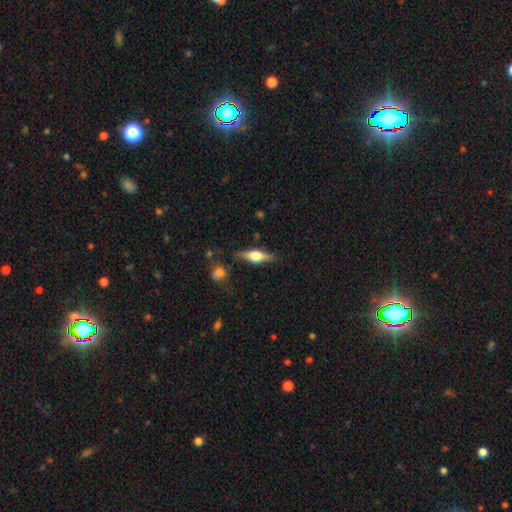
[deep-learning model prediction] smooth_or_featured: featured or disk (p=0.58) [alt: smooth p=0.35]
disk_edge_on: yes (p=0.94) [alt: no p=0.06]
edge_on_bulge: rounded (p=0.89) [alt: boxy p=0.09]
merging: none (p=0.81) [alt: minor disturbance p=0.13]